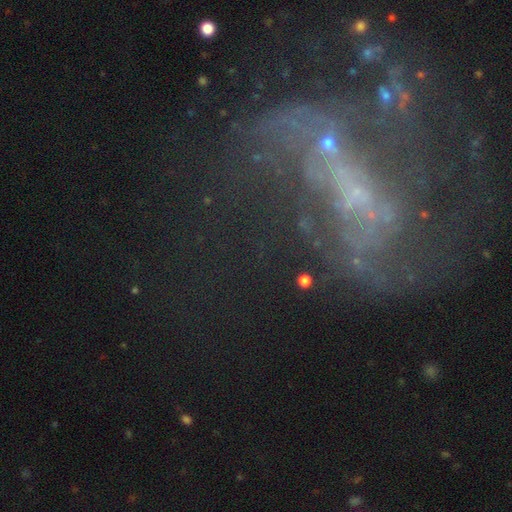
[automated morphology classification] Smooth or featured? featured or disk (71%)
Edge-on disk? no (96%)
Bar? no (44%)
Spiral arms? yes (67%)
Bulge size? small (43%)
Merging? none (41%)